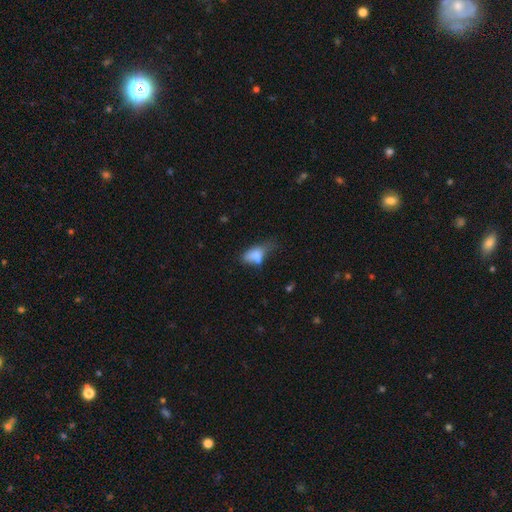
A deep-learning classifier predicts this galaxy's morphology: Q: Smooth or featured?
A: smooth (74%); runner-up: featured or disk (16%)
Q: How rounded?
A: in between (86%); runner-up: round (8%)
Q: Merging?
A: minor disturbance (33%); runner-up: major disturbance (30%)